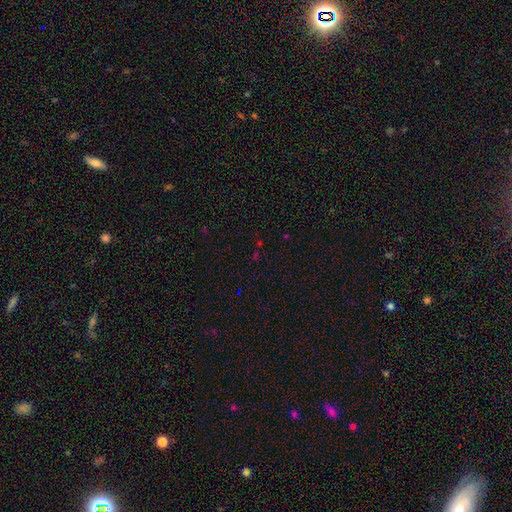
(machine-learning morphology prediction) smooth_or_featured: star or artifact (p=0.64) [alt: smooth p=0.28]